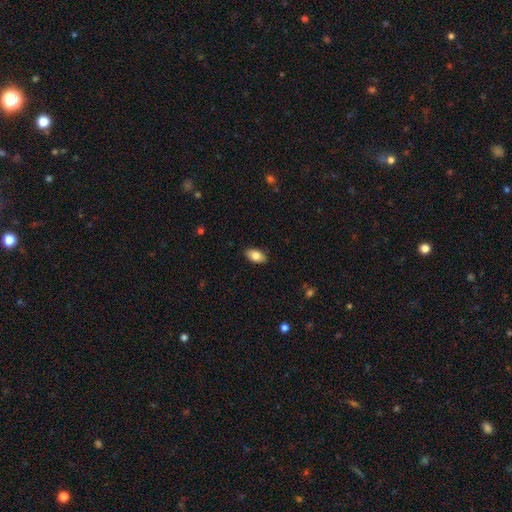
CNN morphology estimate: A smooth galaxy with no disk features (82%) that is in between round and cigar-shaped (92%).

Vote fractions:
- Smooth or featured? smooth: 82% / featured or disk: 11% / star or artifact: 7%
- How rounded? in between: 92% / round: 5% / cigar-shaped: 3%
- Merging? none: 88% / minor disturbance: 9% / major disturbance: 2% / merger: 1%